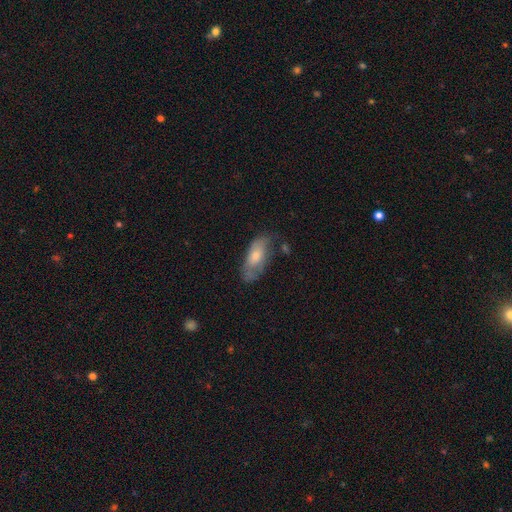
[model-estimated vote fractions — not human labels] smooth 63%, featured or disk 30%, star or artifact 7%. Down the decision tree: how rounded — in between (82%); merging — none (51%).